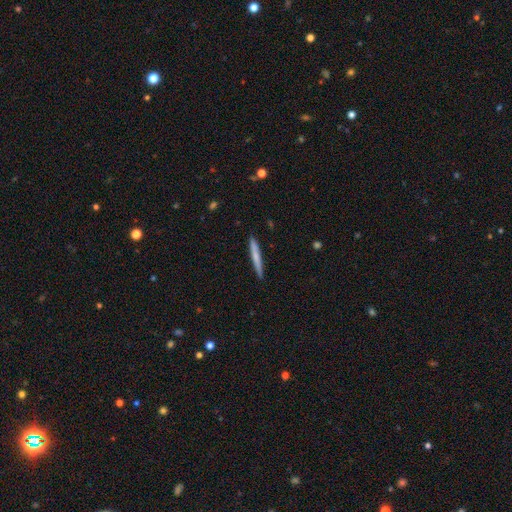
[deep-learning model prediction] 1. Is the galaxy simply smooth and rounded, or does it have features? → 65% smooth, 30% featured or disk, 5% star or artifact.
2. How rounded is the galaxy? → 96% cigar-shaped, 2% in between, 1% round.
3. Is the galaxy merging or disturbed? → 91% none, 7% minor disturbance, 1% major disturbance, 1% merger.